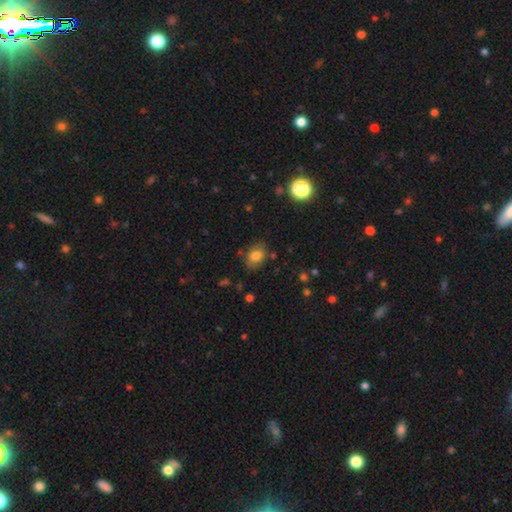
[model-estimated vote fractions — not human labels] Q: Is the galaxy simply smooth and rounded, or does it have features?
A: smooth — 79%.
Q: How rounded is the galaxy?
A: in between — 74%.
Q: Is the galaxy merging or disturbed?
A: none — 75%.